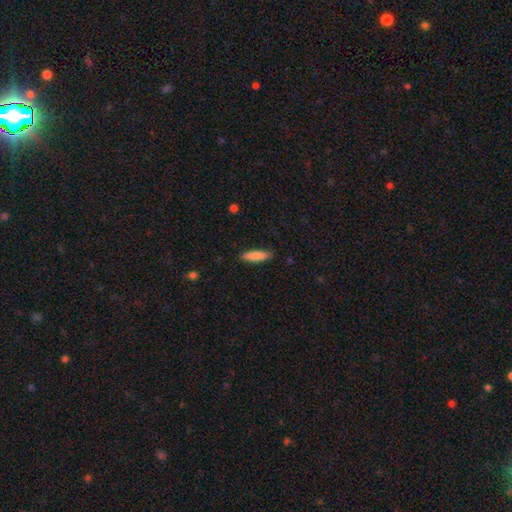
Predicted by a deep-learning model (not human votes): This appears to be a smooth galaxy with no disk features (86%) that is cigar-shaped (70%). Merging: none (86%).